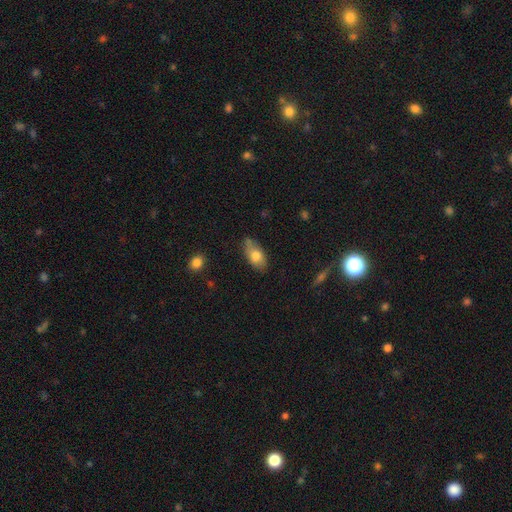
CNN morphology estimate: A smooth galaxy with no disk features (75%) that is in between round and cigar-shaped (90%). Merging: none (66%).